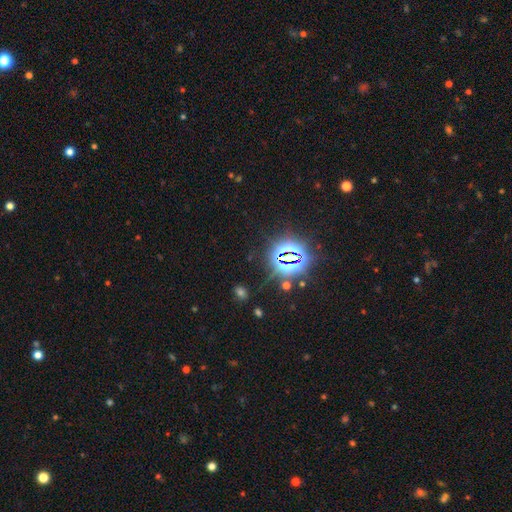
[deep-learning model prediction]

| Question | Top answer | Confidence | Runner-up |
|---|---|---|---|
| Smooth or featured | star or artifact | 80% | smooth (12%) |